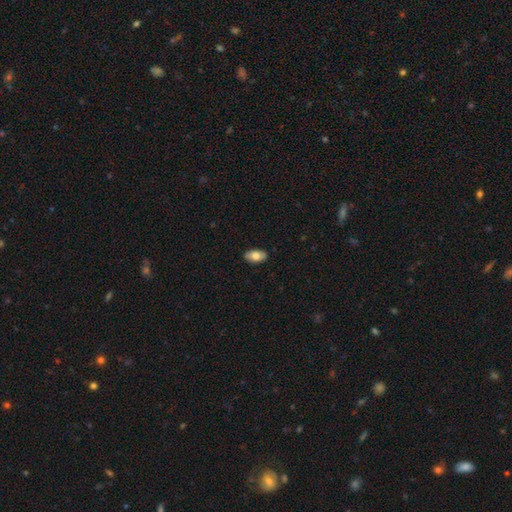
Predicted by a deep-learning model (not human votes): Overall: smooth (77%). How rounded: in between (94%). Merging: none (88%).